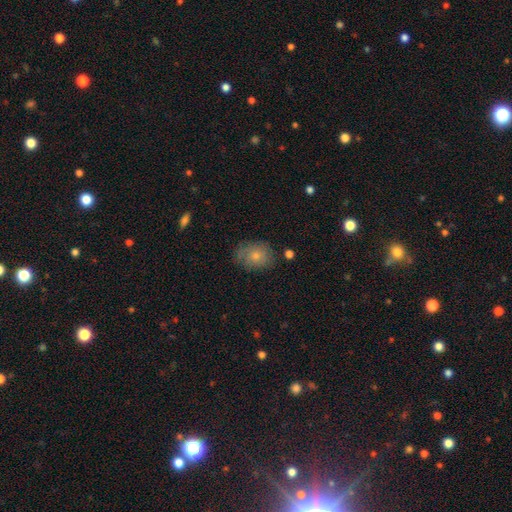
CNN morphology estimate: The model was most divided on "how rounded": in between: 60%, round: 39%, cigar-shaped: 1%. More confident: smooth or featured — smooth (70%); merging — none (68%).